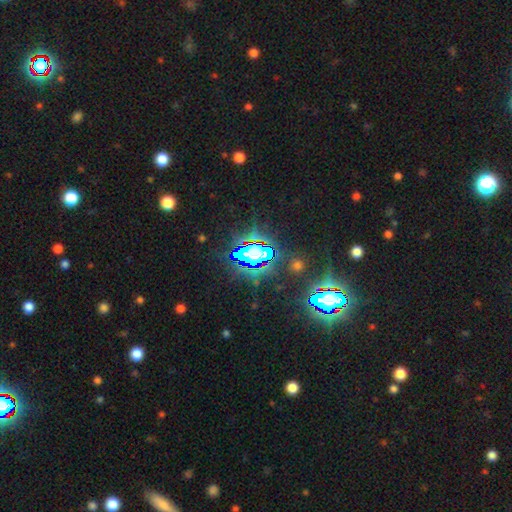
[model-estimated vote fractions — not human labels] Morphology: type=star or artifact (83%).